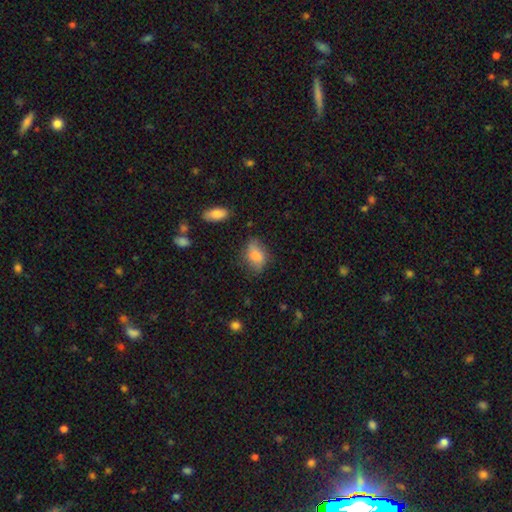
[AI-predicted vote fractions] Smooth or featured?
  - smooth: 75% *
  - featured or disk: 16%
  - star or artifact: 9%
How rounded?
  - in between: 81% *
  - round: 16%
  - cigar-shaped: 3%
Merging?
  - none: 68% *
  - minor disturbance: 24%
  - major disturbance: 6%
  - merger: 2%